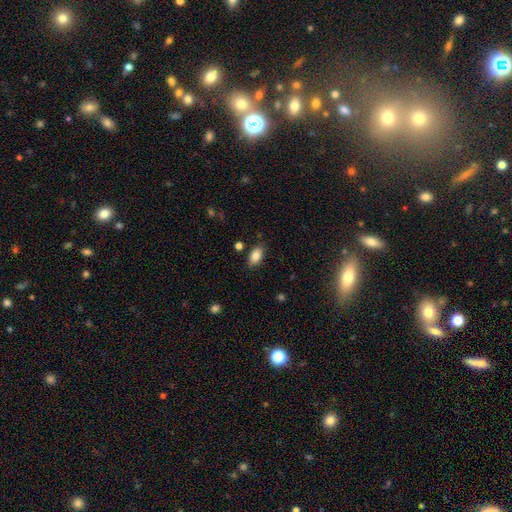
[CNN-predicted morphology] type=smooth (85%); roundness=in between (92%); merging=none (84%).